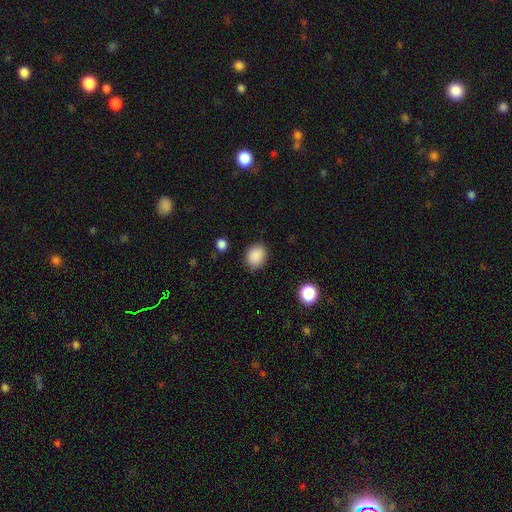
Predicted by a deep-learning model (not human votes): Q: Smooth or featured?
A: smooth (88%); runner-up: star or artifact (9%)
Q: How rounded?
A: in between (50%); runner-up: round (49%)
Q: Merging?
A: none (87%); runner-up: minor disturbance (9%)